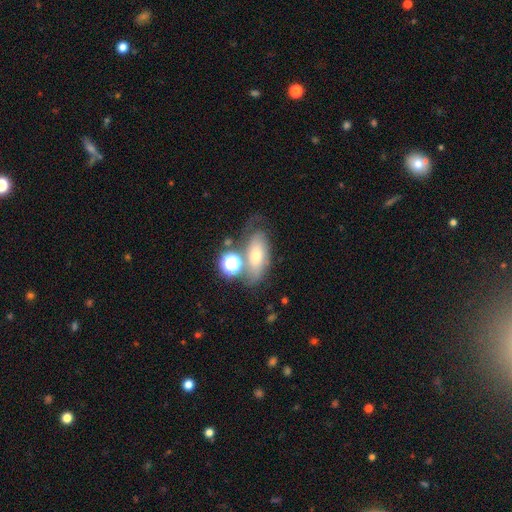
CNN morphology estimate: A smooth galaxy with no disk features (49%).

Vote fractions:
- Smooth or featured? smooth: 49% / featured or disk: 37% / star or artifact: 14%
- Merging? none: 44% / minor disturbance: 21% / merger: 19% / major disturbance: 16%